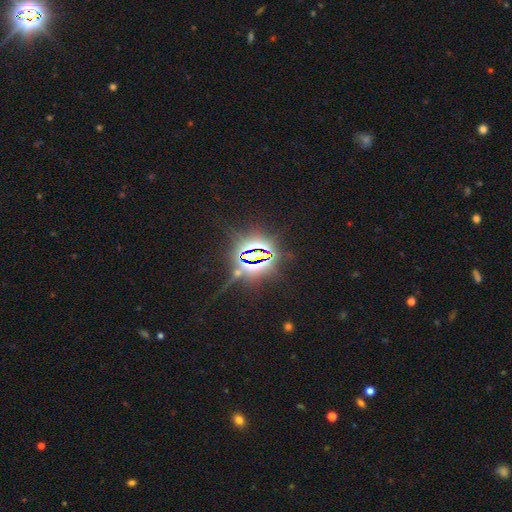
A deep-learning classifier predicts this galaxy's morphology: A star or artifact, not a galaxy (84%).

Vote fractions:
- Smooth or featured? star or artifact: 84% / smooth: 9% / featured or disk: 7%